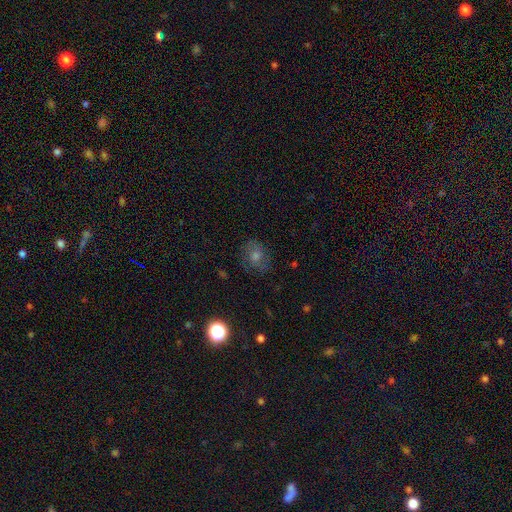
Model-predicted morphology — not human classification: Q: Smooth or featured?
A: featured or disk (42%); runner-up: smooth (32%)
Q: Merging?
A: none (79%); runner-up: minor disturbance (14%)